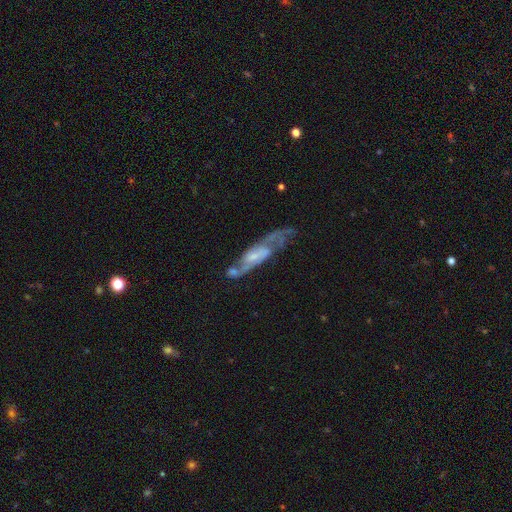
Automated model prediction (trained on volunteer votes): Q: Smooth or featured?
A: featured or disk (79%); runner-up: smooth (14%)
Q: Edge-on disk?
A: no (76%); runner-up: yes (24%)
Q: Bar?
A: no (47%); runner-up: weak (39%)
Q: Spiral arms?
A: yes (87%); runner-up: no (13%)
Q: Spiral winding?
A: medium (46%); runner-up: loose (31%)
Q: Spiral arm count?
A: 2 (70%); runner-up: can't tell (18%)
Q: Bulge size?
A: small (53%); runner-up: moderate (31%)
Q: Merging?
A: none (47%); runner-up: minor disturbance (21%)